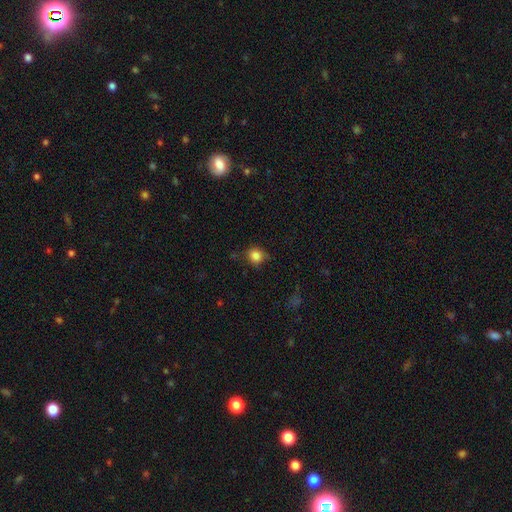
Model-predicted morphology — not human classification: Smooth or featured? smooth (84%)
How rounded? round (74%)
Merging? none (68%)